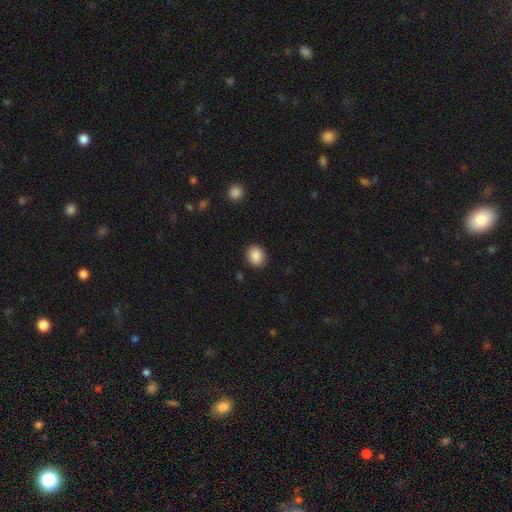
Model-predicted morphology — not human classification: This appears to be a smooth galaxy with no disk features (88%) that is round (60%). Merging: none (90%).